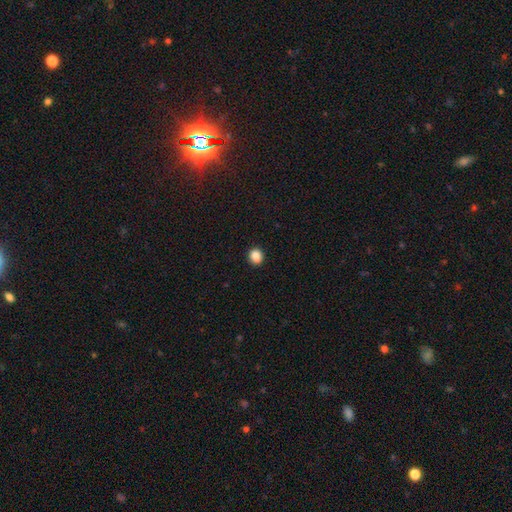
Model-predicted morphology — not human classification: smooth 87%, star or artifact 10%, featured or disk 3%. Down the decision tree: how rounded — round (78%); merging — none (91%).